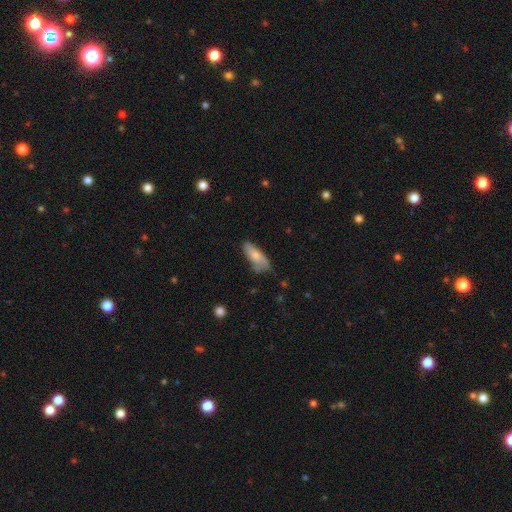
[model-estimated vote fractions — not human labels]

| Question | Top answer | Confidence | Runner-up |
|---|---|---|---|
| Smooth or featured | smooth | 70% | featured or disk (24%) |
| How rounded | in between | 70% | cigar-shaped (28%) |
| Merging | none | 54% | minor disturbance (32%) |